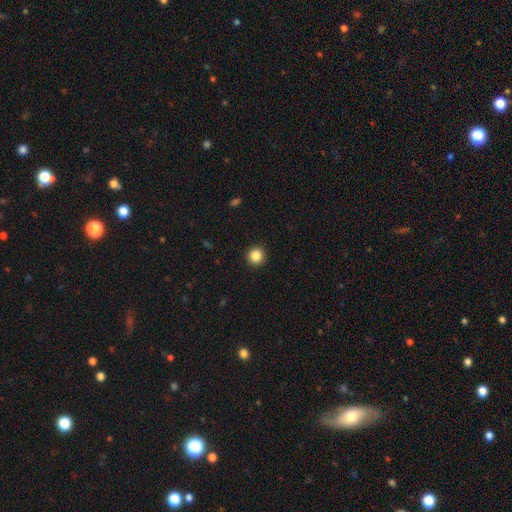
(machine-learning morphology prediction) This is clearly a smooth galaxy (86%). How rounded: clearly round (95%). Merging: clearly none (93%).